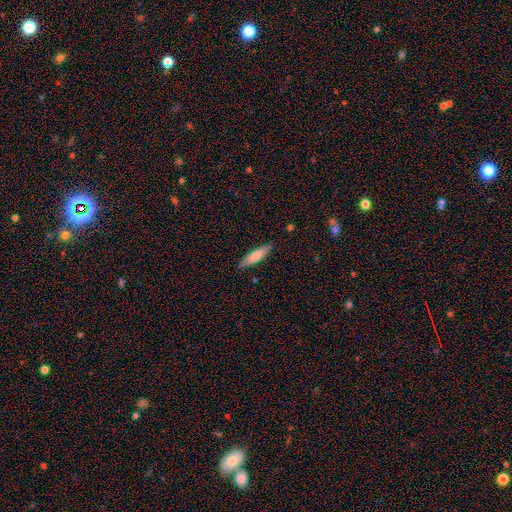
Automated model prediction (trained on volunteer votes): A smooth galaxy with no disk features (77%) that is cigar-shaped (66%). Merging: none (85%).